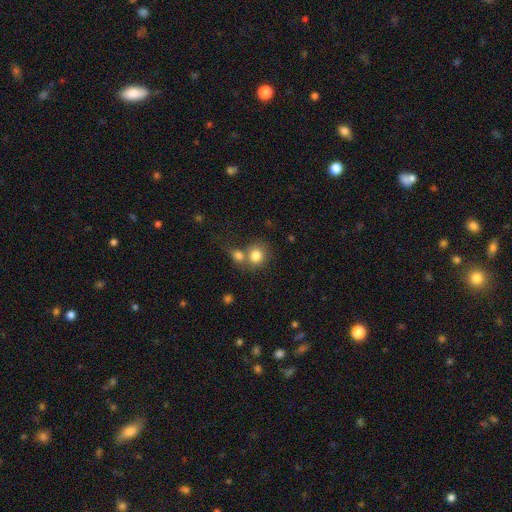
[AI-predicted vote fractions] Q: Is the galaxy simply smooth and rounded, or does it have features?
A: smooth — 80%.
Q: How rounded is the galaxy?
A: round — 80%.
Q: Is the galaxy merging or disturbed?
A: none — 44%.